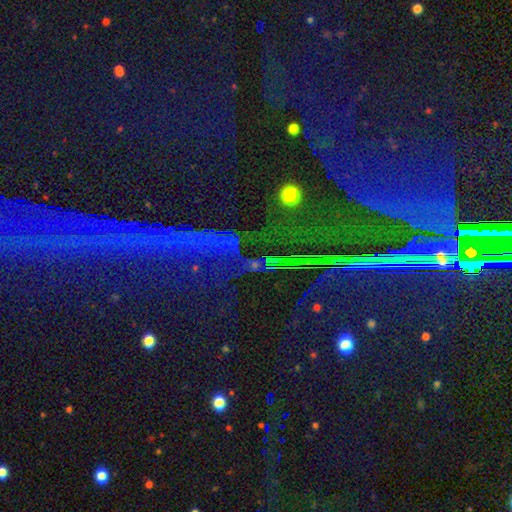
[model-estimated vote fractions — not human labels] smooth_or_featured: star or artifact (p=0.86) [alt: featured or disk p=0.07]